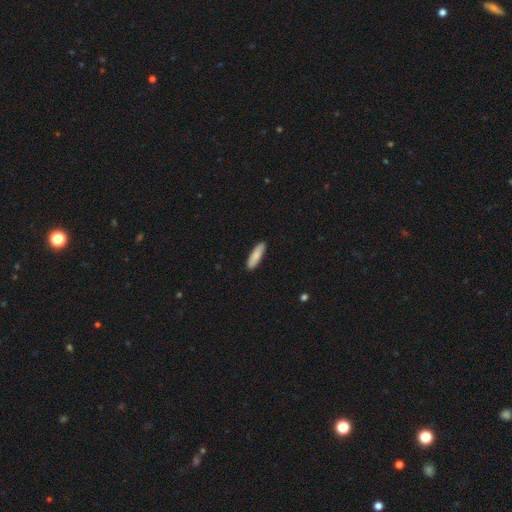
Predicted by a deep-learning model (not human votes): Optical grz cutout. It shows a smooth galaxy with no disk features (85%) that is cigar-shaped (64%). Merging: none (89%).